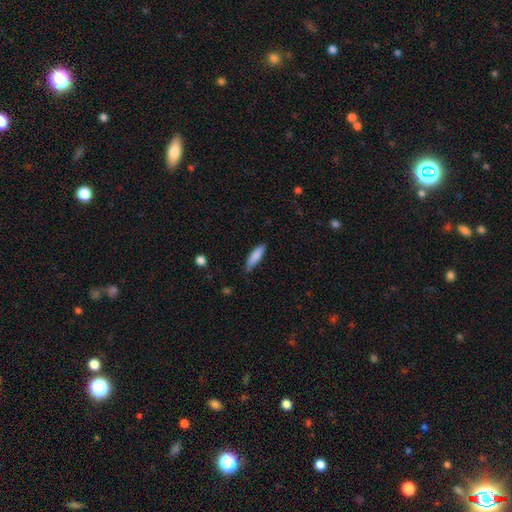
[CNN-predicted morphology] smooth 84%, featured or disk 10%, star or artifact 6%. Down the decision tree: how rounded — cigar-shaped (65%); merging — none (77%).